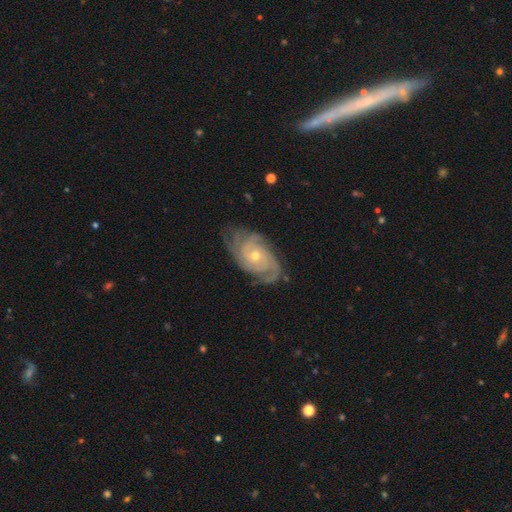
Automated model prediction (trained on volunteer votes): Overall: featured or disk (89%). Edge-on disk: no (96%). Bar: no (76%). Spiral arms: yes (98%). Spiral arm count: 3 (29%; can't tell 22%). Spiral winding: tight (69%). Bulge size: small (52%; moderate 45%). Merging: none (75%).